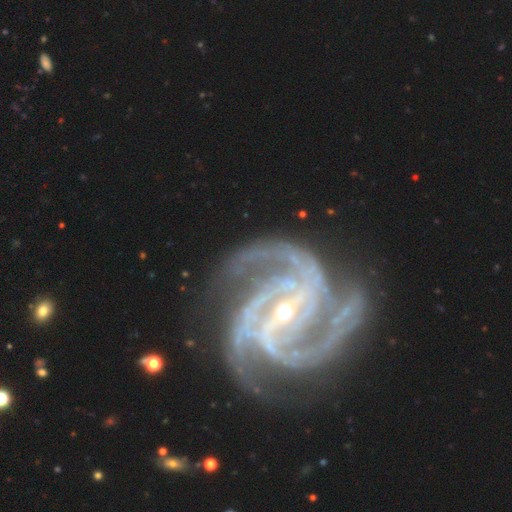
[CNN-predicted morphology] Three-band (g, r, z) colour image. It shows a featured or disk galaxy (94%) with a strong bar (54%), 3 (34%) tight (47%) spiral arms (99%) and a small central bulge (68%). Merging: none (67%).